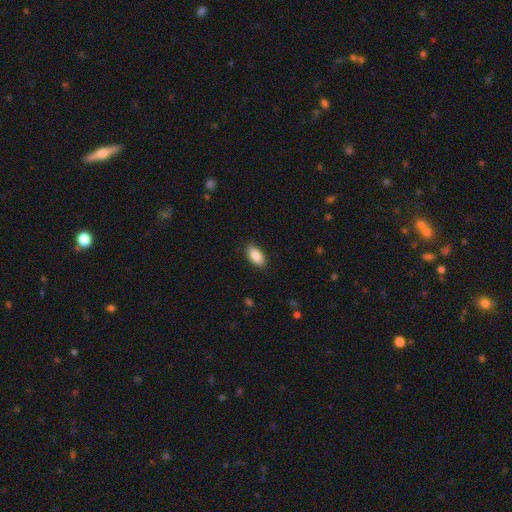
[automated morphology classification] Smooth or featured? Predicted: smooth (p=0.87). How rounded? Predicted: in between (p=0.93). Merging? Predicted: none (p=0.89).